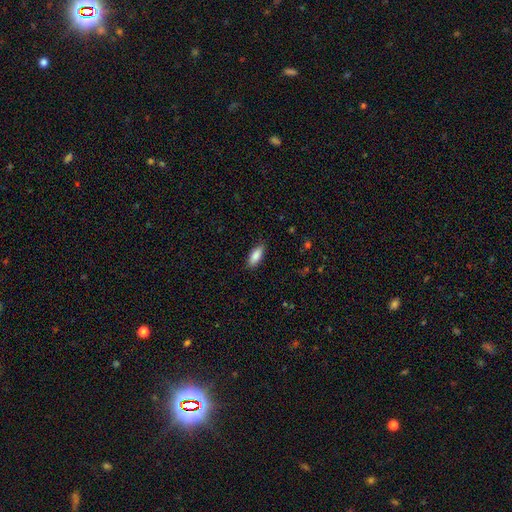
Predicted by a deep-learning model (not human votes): Q: Smooth or featured?
A: smooth (87%); runner-up: featured or disk (7%)
Q: How rounded?
A: in between (75%); runner-up: cigar-shaped (23%)
Q: Merging?
A: none (86%); runner-up: minor disturbance (11%)